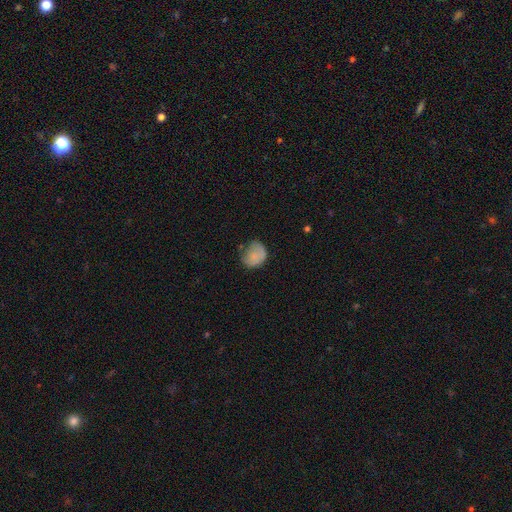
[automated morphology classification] Q: Smooth or featured?
A: smooth (77%); runner-up: featured or disk (14%)
Q: How rounded?
A: round (61%); runner-up: in between (38%)
Q: Merging?
A: none (48%); runner-up: minor disturbance (34%)